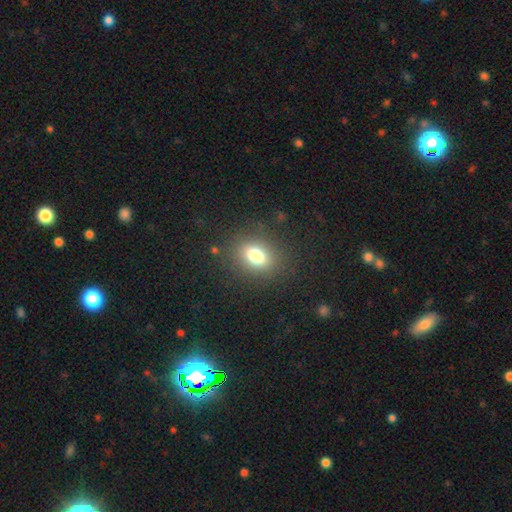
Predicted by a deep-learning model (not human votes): A smooth galaxy with no disk features (77%) that is in between round and cigar-shaped (53%). Merging: none (84%).